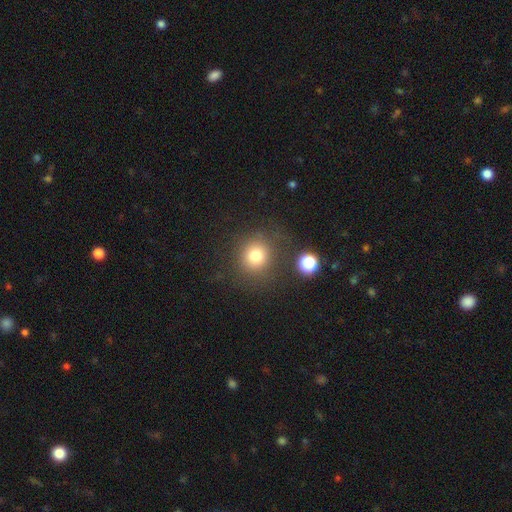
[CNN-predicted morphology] A smooth galaxy with no disk features (77%) that is round (89%). Merging: none (80%).